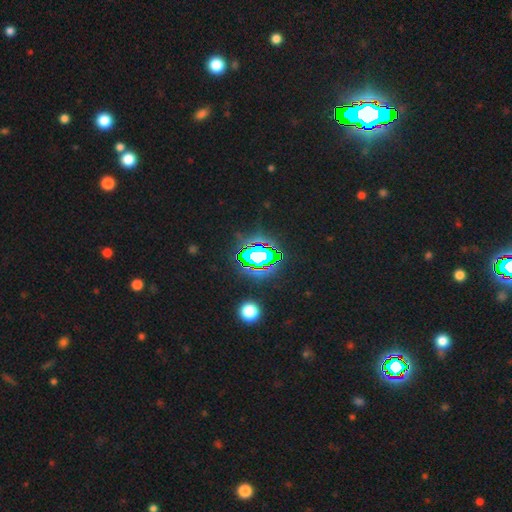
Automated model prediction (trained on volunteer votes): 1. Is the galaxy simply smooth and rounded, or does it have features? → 70% star or artifact, 17% smooth, 13% featured or disk.